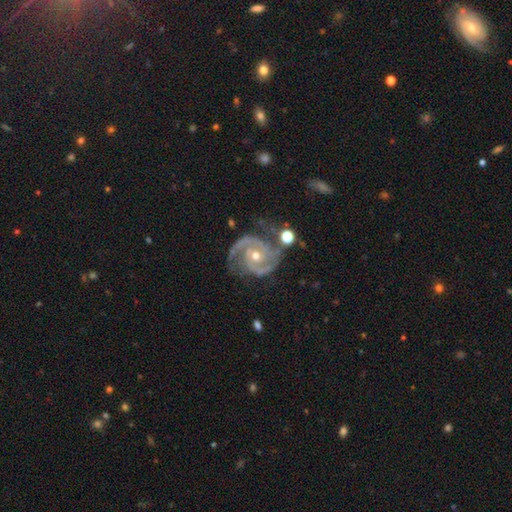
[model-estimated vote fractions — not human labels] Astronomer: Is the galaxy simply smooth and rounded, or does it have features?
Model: featured or disk — 93%.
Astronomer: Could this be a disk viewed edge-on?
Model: no — 98%.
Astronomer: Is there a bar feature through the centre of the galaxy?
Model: no — 67%.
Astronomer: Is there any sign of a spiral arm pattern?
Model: yes — 98%.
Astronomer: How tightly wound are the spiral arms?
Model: tight — 57% (runner-up: medium, 38%).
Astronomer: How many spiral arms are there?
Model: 2 — 71%.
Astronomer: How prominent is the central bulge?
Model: moderate — 56% (runner-up: small, 42%).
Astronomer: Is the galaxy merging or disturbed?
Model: none — 68%.